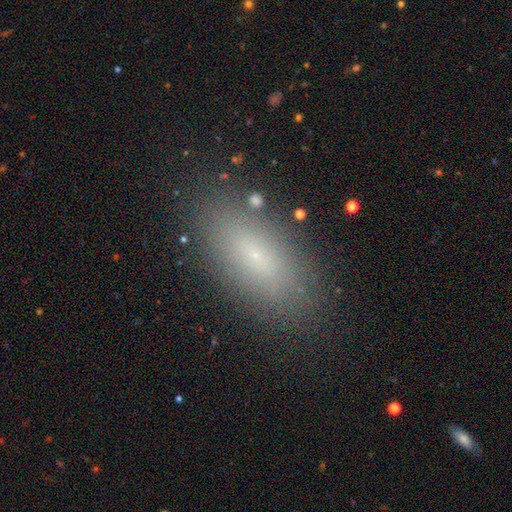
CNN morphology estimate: smooth-or-featured: smooth: 68% | featured or disk: 19% | star or artifact: 13%
  how-rounded: in between: 76% | cigar-shaped: 20% | round: 4%
  merging: none: 85% | minor disturbance: 10% | major disturbance: 3% | merger: 2%